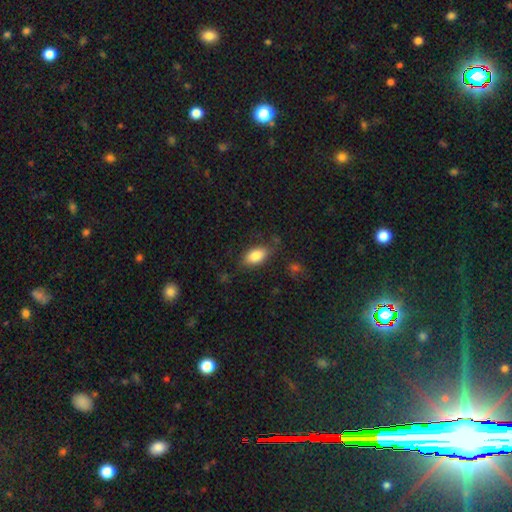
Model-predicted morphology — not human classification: Smooth or featured? Predicted: smooth (p=0.84). How rounded? Predicted: in between (p=0.90). Merging? Predicted: none (p=0.77).